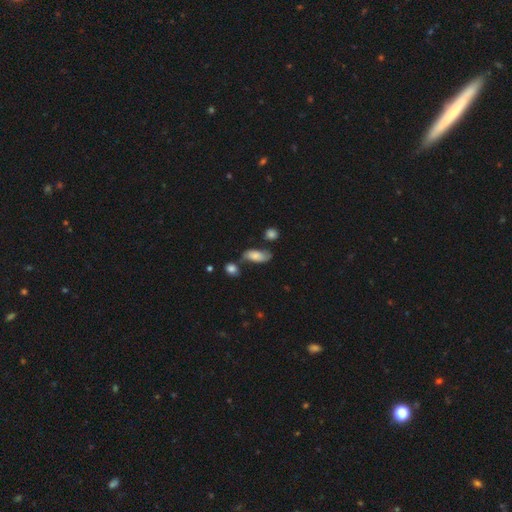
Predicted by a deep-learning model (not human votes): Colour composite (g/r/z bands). It shows a smooth galaxy with no disk features (63%) that is in between round and cigar-shaped (84%). Merging: none (56%).